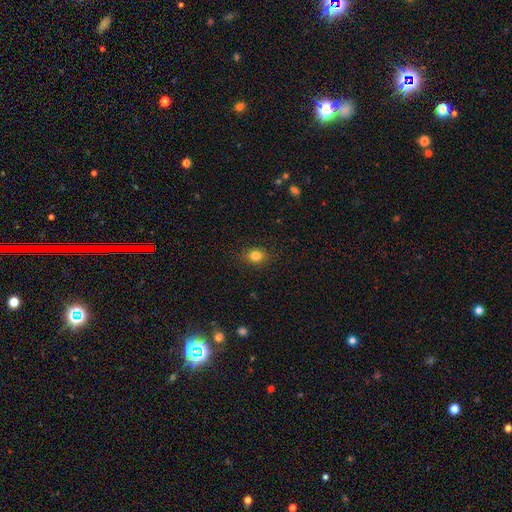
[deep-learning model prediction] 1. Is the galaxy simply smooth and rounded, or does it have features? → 80% smooth, 13% star or artifact, 7% featured or disk.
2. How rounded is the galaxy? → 62% round, 37% in between, 1% cigar-shaped.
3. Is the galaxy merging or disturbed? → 88% none, 9% minor disturbance, 2% major disturbance, 1% merger.